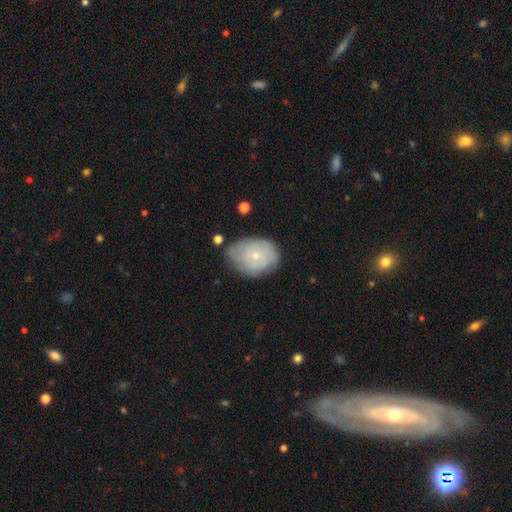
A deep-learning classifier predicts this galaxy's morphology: Smooth or featured: smooth — 50% (featured or disk — 43%)
Merging: none — 61% (minor disturbance — 28%)